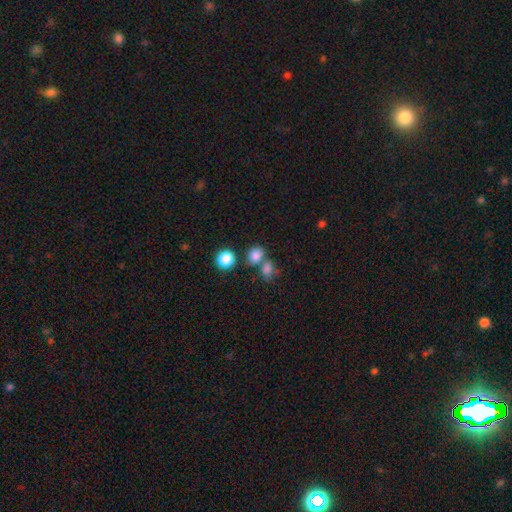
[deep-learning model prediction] smooth-or-featured: smooth: 80% | star or artifact: 14% | featured or disk: 6%
  how-rounded: round: 64% | in between: 35% | cigar-shaped: 1%
  merging: none: 50% | merger: 35% | minor disturbance: 10% | major disturbance: 5%